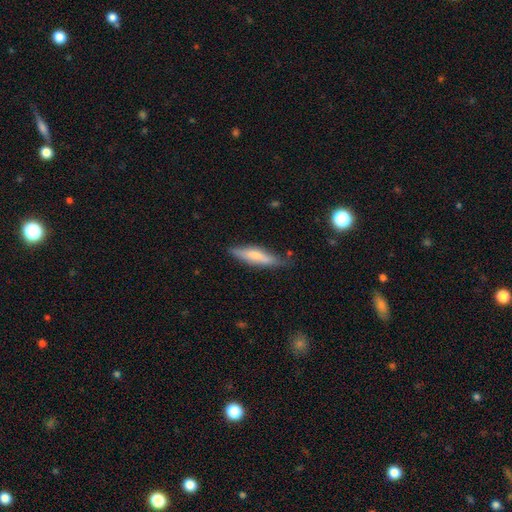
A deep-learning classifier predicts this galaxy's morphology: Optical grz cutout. It shows a smooth galaxy with no disk features (63%) that is cigar-shaped (75%). Merging: none (72%).